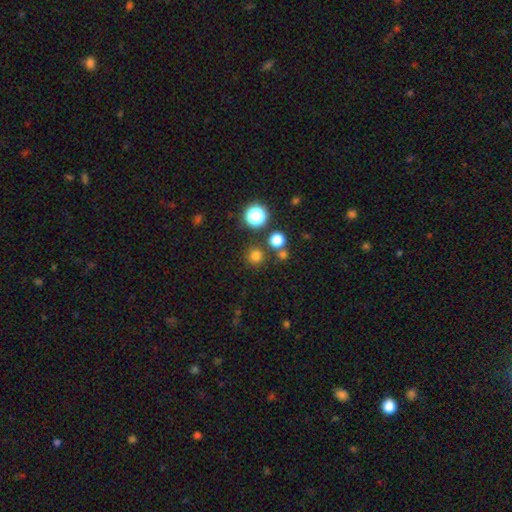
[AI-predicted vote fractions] Smooth or featured? smooth (74%)
How rounded? round (94%)
Merging? none (82%)